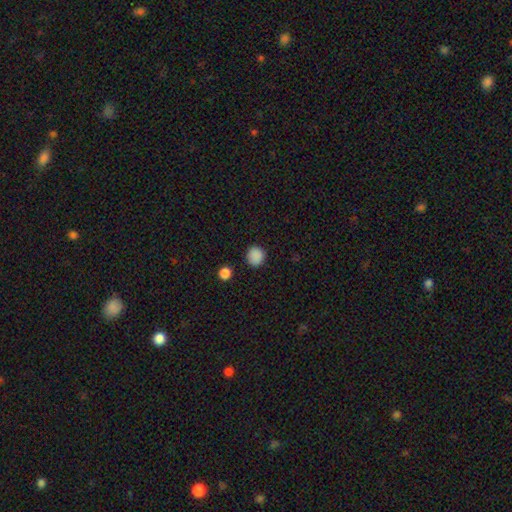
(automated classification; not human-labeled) Smooth or featured? smooth (87%)
How rounded? round (88%)
Merging? none (88%)